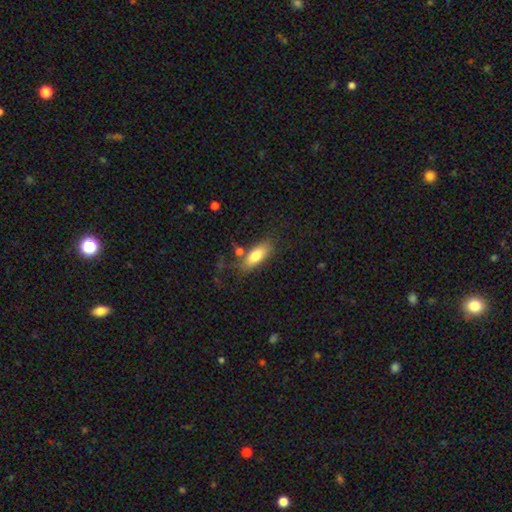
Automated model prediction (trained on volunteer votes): smooth 77%, featured or disk 16%, star or artifact 7%. Down the decision tree: how rounded — in between (78%); merging — none (68%).